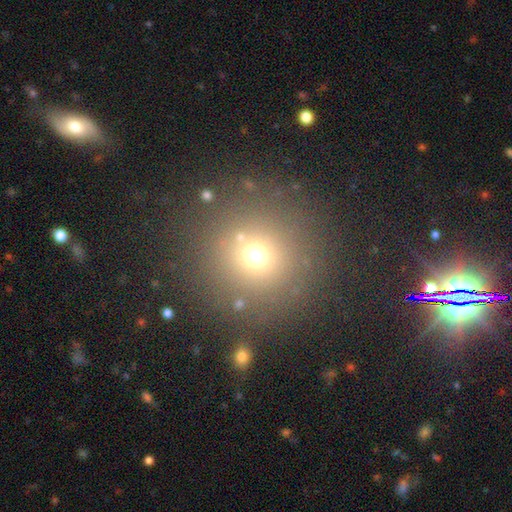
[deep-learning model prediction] Q: Smooth or featured?
A: smooth (66%); runner-up: star or artifact (24%)
Q: How rounded?
A: round (95%); runner-up: in between (4%)
Q: Merging?
A: none (84%); runner-up: minor disturbance (7%)